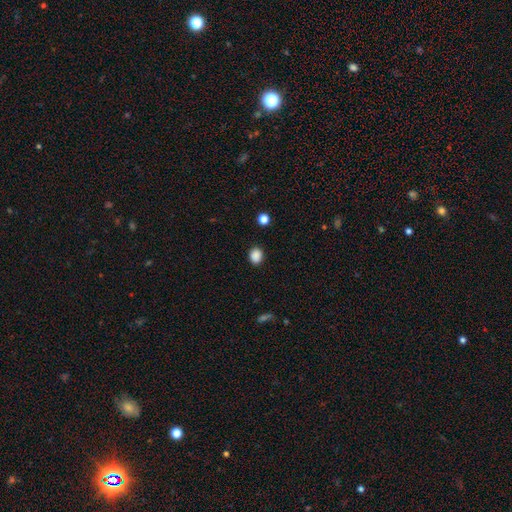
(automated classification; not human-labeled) Smooth or featured: smooth — 87% (star or artifact — 10%)
How rounded: round — 54% (in between — 45%)
Merging: none — 87% (minor disturbance — 9%)